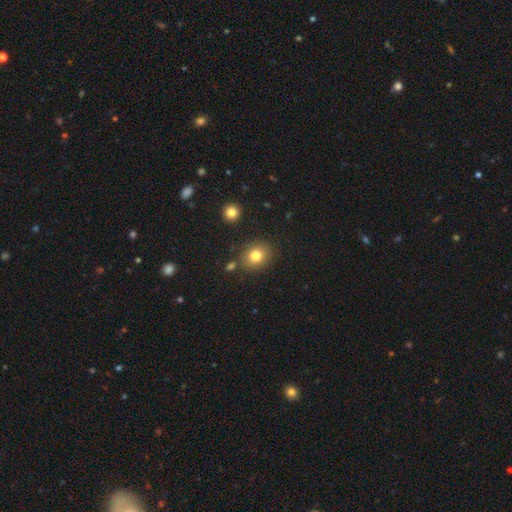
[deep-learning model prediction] Q: Smooth or featured?
A: smooth (80%); runner-up: star or artifact (11%)
Q: How rounded?
A: round (65%); runner-up: in between (34%)
Q: Merging?
A: none (82%); runner-up: minor disturbance (10%)